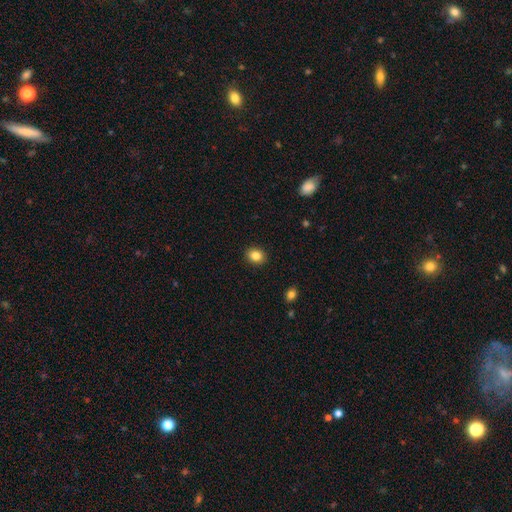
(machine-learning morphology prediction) smooth-or-featured: smooth: 85% | star or artifact: 10% | featured or disk: 6%
  how-rounded: round: 53% | in between: 46% | cigar-shaped: 1%
  merging: none: 91% | minor disturbance: 6% | major disturbance: 2% | merger: 1%